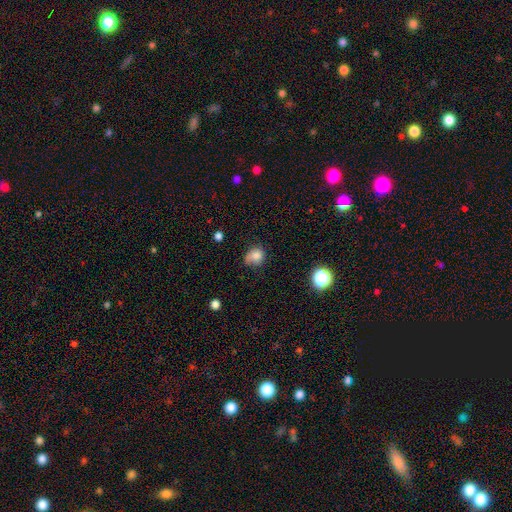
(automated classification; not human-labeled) smooth-or-featured: smooth: 79% | star or artifact: 11% | featured or disk: 10%
  how-rounded: round: 69% | in between: 30% | cigar-shaped: 1%
  merging: none: 48% | minor disturbance: 35% | major disturbance: 13% | merger: 4%